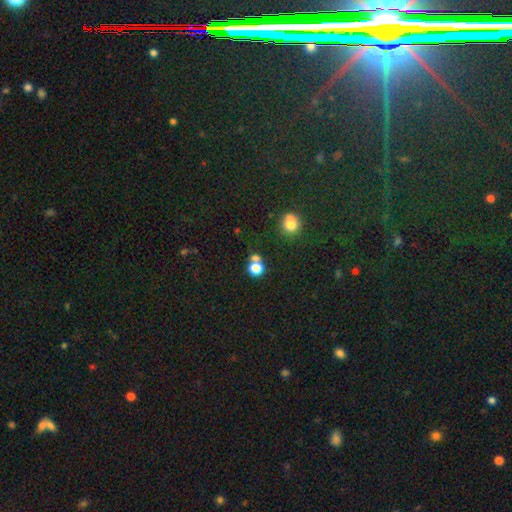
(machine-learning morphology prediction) smooth-or-featured: smooth: 52% | star or artifact: 42% | featured or disk: 6%
  how-rounded: round: 87% | in between: 11% | cigar-shaped: 2%
  merging: none: 85% | minor disturbance: 7% | merger: 6% | major disturbance: 3%